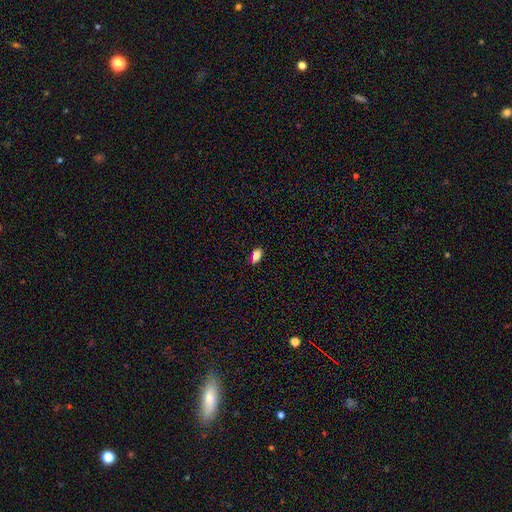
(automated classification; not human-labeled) The model was most divided on "merging": none: 80%, minor disturbance: 15%, major disturbance: 3%, merger: 2%. More confident: how rounded — in between (89%); smooth or featured — smooth (83%).